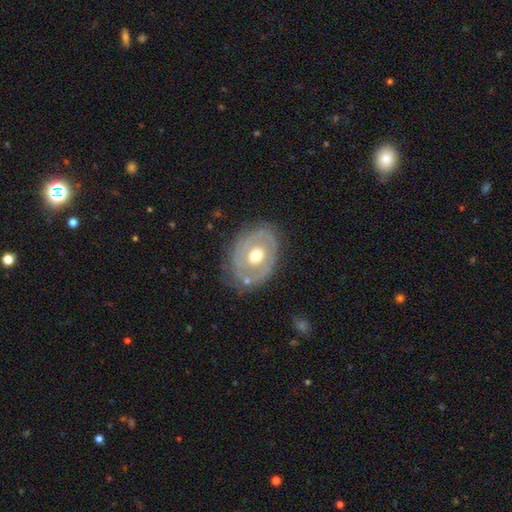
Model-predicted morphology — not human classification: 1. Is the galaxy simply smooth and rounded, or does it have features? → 72% featured or disk, 23% smooth, 5% star or artifact.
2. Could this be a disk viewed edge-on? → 95% no, 5% yes.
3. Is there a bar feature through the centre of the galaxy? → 80% no, 15% weak, 5% strong.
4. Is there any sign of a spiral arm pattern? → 51% no, 49% yes.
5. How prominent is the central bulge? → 76% moderate, 13% large, 9% small, 1% dominant, 1% none.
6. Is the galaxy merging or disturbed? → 71% none, 19% minor disturbance, 7% major disturbance, 2% merger.